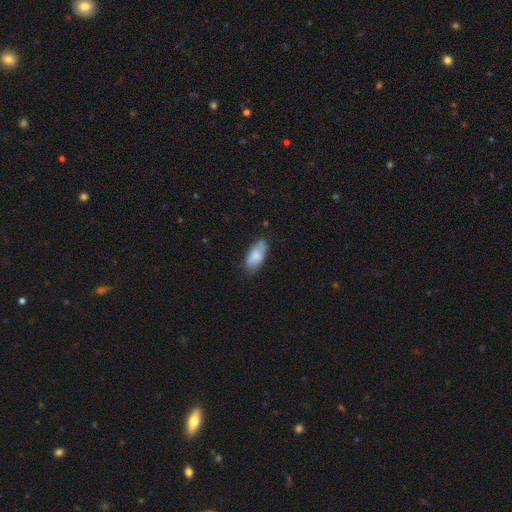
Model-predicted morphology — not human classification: Q: Smooth or featured?
A: smooth (80%); runner-up: featured or disk (14%)
Q: How rounded?
A: in between (88%); runner-up: cigar-shaped (10%)
Q: Merging?
A: none (73%); runner-up: minor disturbance (21%)